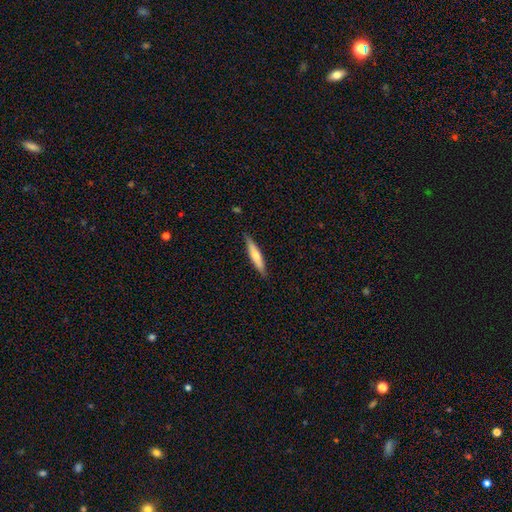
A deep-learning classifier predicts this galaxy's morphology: smooth_or_featured: smooth (p=0.61) [alt: featured or disk p=0.34]
how_rounded: cigar-shaped (p=0.87) [alt: in between p=0.12]
merging: none (p=0.88) [alt: minor disturbance p=0.10]